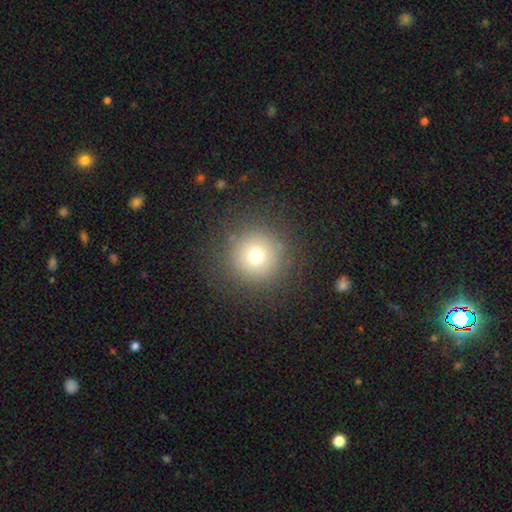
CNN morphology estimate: Smooth or featured?
  - smooth: 71% *
  - star or artifact: 17%
  - featured or disk: 12%
How rounded?
  - round: 96% *
  - in between: 3%
  - cigar-shaped: 1%
Merging?
  - none: 87% *
  - minor disturbance: 7%
  - major disturbance: 4%
  - merger: 1%